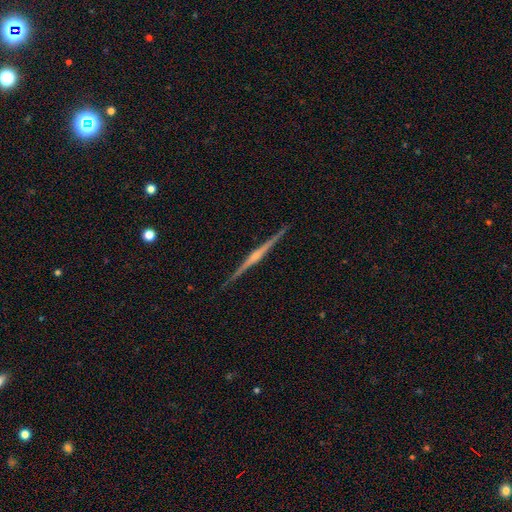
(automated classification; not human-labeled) featured or disk 84%, smooth 10%, star or artifact 5%. Down the decision tree: edge-on disk — yes (99%); edge-on bulge — rounded (69%); merging — none (92%).